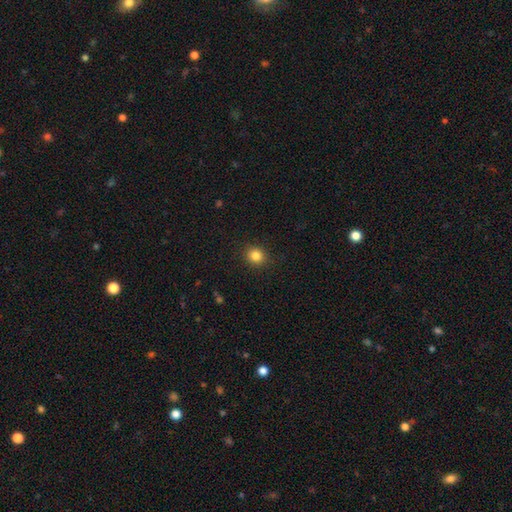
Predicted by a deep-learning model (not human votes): The model was most divided on "how rounded": round: 84%, in between: 15%, cigar-shaped: 1%. More confident: merging — none (90%); smooth or featured — smooth (84%).